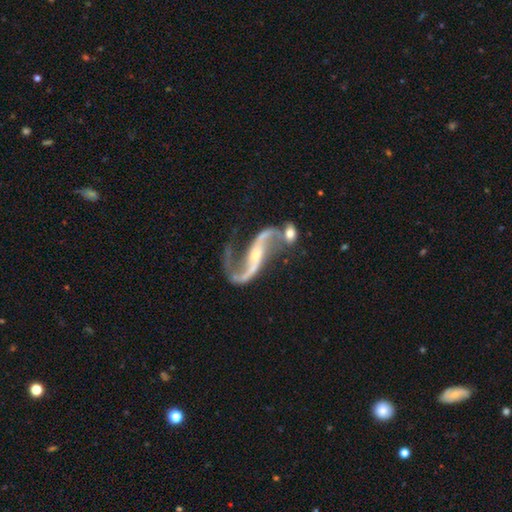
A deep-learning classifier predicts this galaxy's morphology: Smooth or featured? Predicted: featured or disk (p=0.92). Edge-on disk? Predicted: no (p=0.95). Bar? Predicted: no (p=0.37). Spiral arms? Predicted: yes (p=0.96). Spiral winding? Predicted: loose (p=0.82). Spiral arm count? Predicted: 2 (p=0.93). Bulge size? Predicted: small (p=0.60). Merging? Predicted: none (p=0.43).